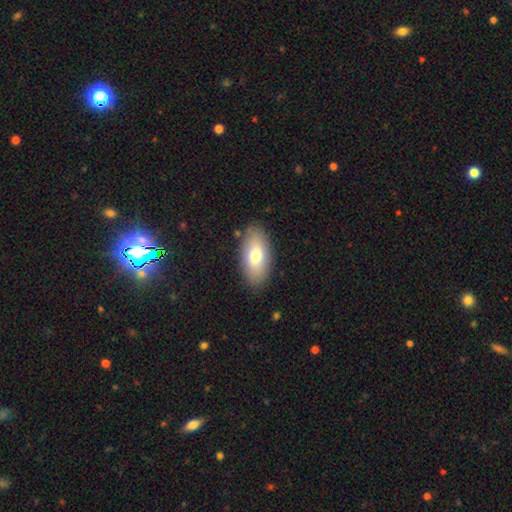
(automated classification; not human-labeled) Q: Smooth or featured?
A: smooth (67%); runner-up: featured or disk (20%)
Q: How rounded?
A: in between (88%); runner-up: cigar-shaped (8%)
Q: Merging?
A: none (88%); runner-up: minor disturbance (8%)